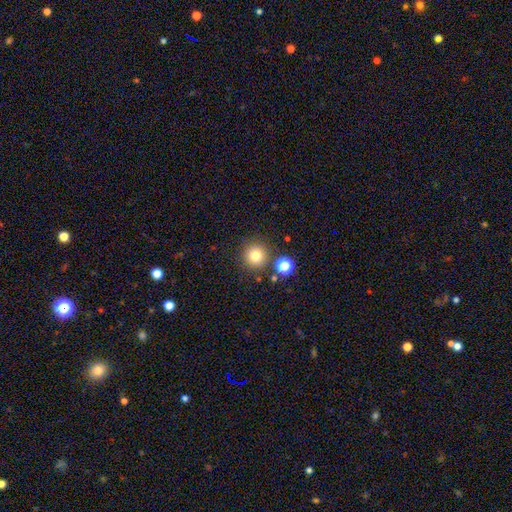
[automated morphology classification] This is likely a smooth galaxy (78%). How rounded: clearly round (95%). Merging: clearly none (83%).